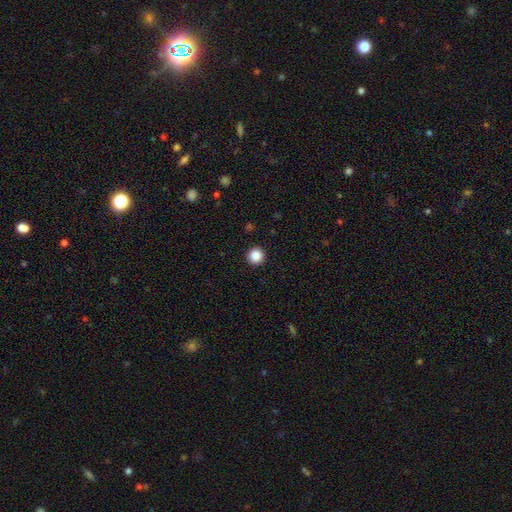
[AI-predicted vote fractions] This is clearly a smooth galaxy (87%). How rounded: clearly round (96%). Merging: clearly none (94%).